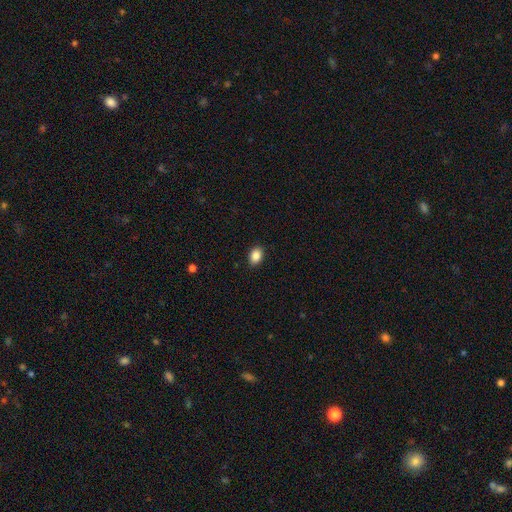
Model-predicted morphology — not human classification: This appears to be a smooth galaxy with no disk features (87%) that is in between round and cigar-shaped (71%). Merging: none (89%).